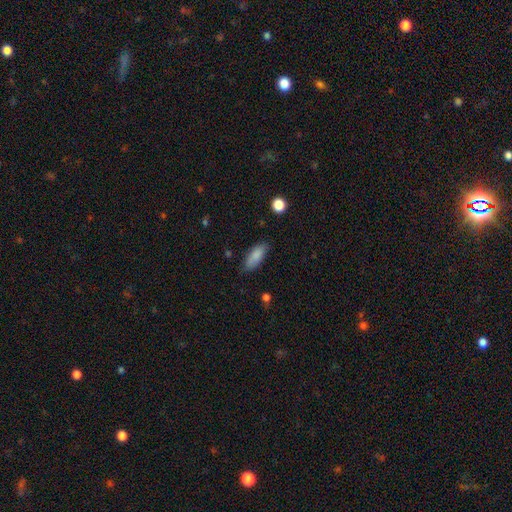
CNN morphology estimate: This appears to be a smooth galaxy with no disk features (85%) that is in between round and cigar-shaped (77%). Merging: none (80%).